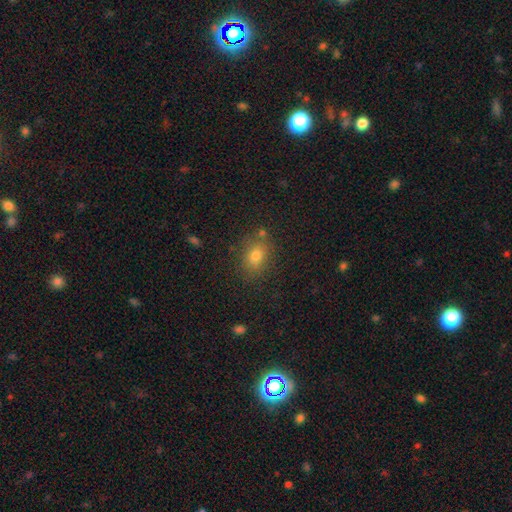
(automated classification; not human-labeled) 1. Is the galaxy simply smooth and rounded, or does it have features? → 76% smooth, 14% star or artifact, 10% featured or disk.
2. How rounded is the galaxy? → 63% in between, 35% round, 2% cigar-shaped.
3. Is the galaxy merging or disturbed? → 79% none, 13% minor disturbance, 5% merger, 4% major disturbance.